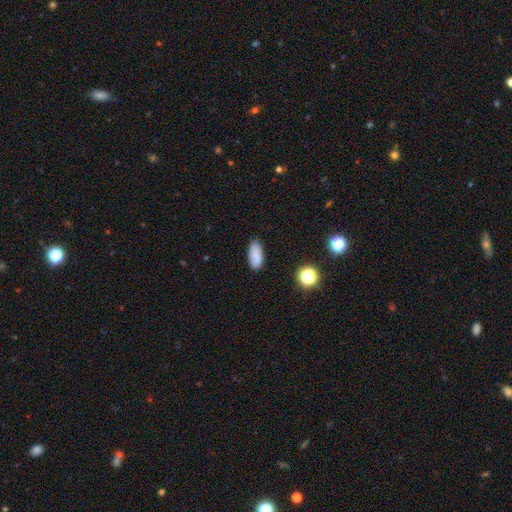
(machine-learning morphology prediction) smooth 83%, star or artifact 10%, featured or disk 8%. Down the decision tree: how rounded — in between (84%); merging — none (83%).